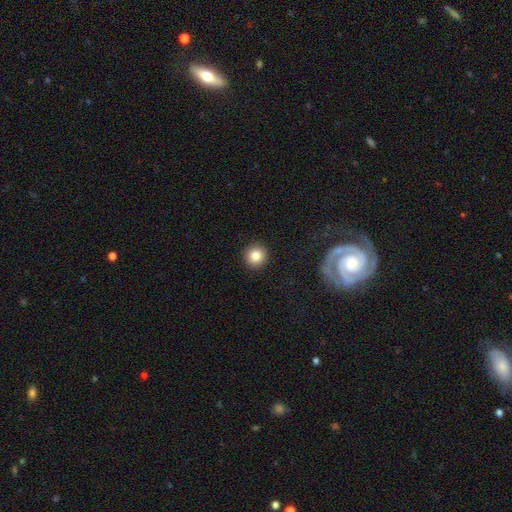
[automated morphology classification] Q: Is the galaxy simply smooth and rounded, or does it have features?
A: smooth — 84%.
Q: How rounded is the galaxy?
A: round — 94%.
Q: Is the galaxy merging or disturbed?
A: none — 92%.